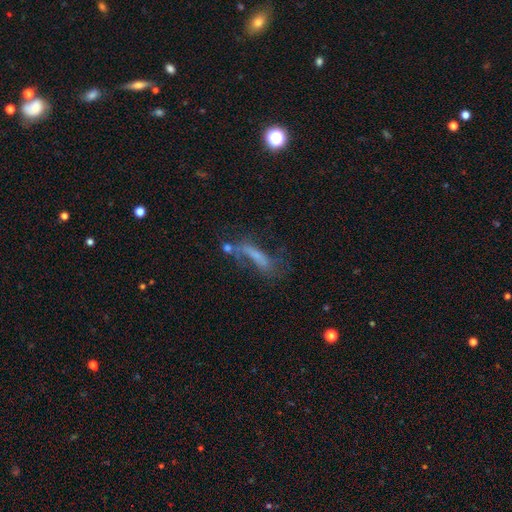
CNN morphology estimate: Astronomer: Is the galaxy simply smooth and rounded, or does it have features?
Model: smooth — 44% (runner-up: featured or disk, 38%).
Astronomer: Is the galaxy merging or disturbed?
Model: none — 35% (runner-up: major disturbance, 30%).